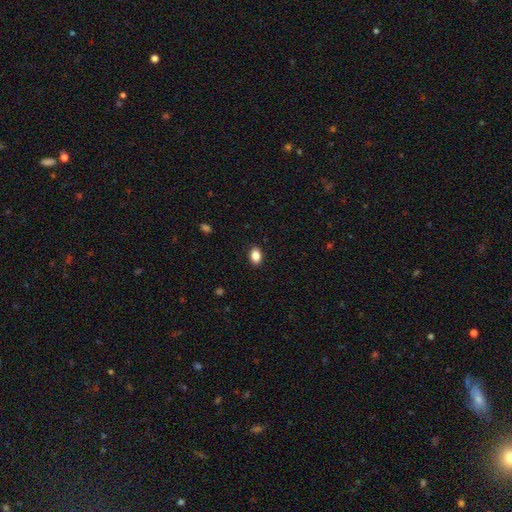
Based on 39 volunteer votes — Volunteers were most divided on "how rounded": in between: 78%, round: 22%, cigar-shaped: 0%. More confident: smooth or featured — smooth (95%); merging — none (87%).